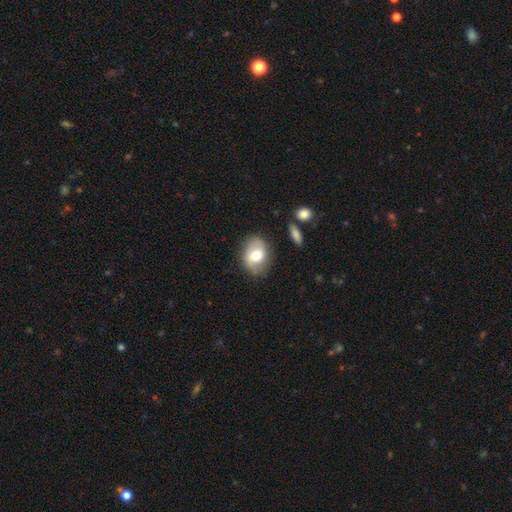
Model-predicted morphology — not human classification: Smooth or featured: smooth — 61% (featured or disk — 31%)
How rounded: in between — 69% (round — 30%)
Merging: none — 75% (minor disturbance — 17%)